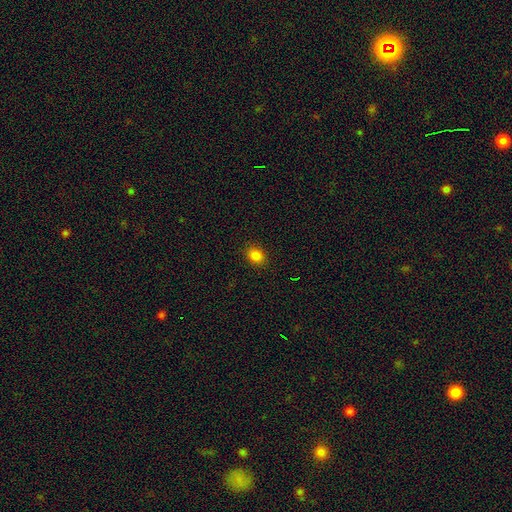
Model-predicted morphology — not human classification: This appears to be a smooth galaxy with no disk features (83%) that is in between round and cigar-shaped (51%). Merging: none (90%).